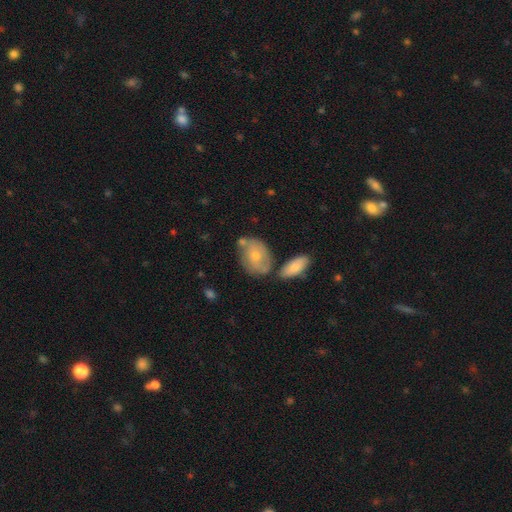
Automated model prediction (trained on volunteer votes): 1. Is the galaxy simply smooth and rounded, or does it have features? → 60% smooth, 34% featured or disk, 7% star or artifact.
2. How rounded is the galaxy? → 74% in between, 25% round, 2% cigar-shaped.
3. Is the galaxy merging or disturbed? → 52% none, 21% minor disturbance, 20% merger, 7% major disturbance.